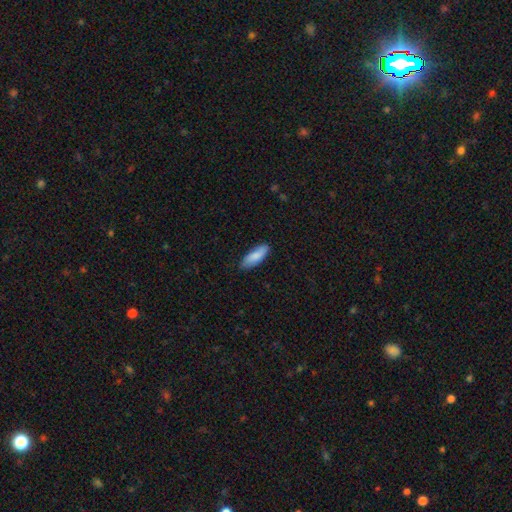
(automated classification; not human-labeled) This is clearly a smooth galaxy (84%). How rounded: likely in between (66%). Merging: clearly none (82%).